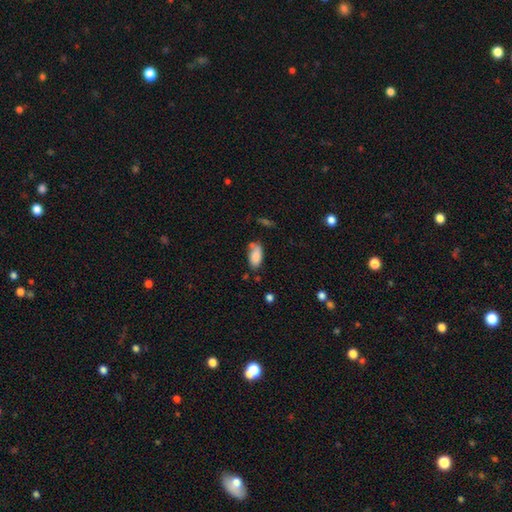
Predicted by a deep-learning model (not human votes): Smooth or featured? smooth (83%)
How rounded? in between (90%)
Merging? none (53%)